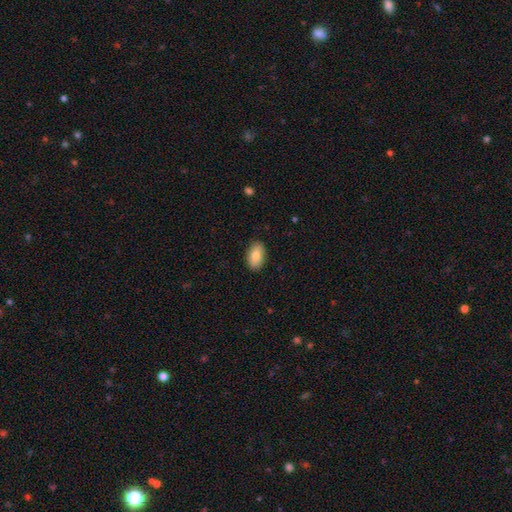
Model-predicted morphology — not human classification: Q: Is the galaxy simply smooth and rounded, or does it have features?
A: smooth — 82%.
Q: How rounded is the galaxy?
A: in between — 93%.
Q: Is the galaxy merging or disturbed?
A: none — 89%.